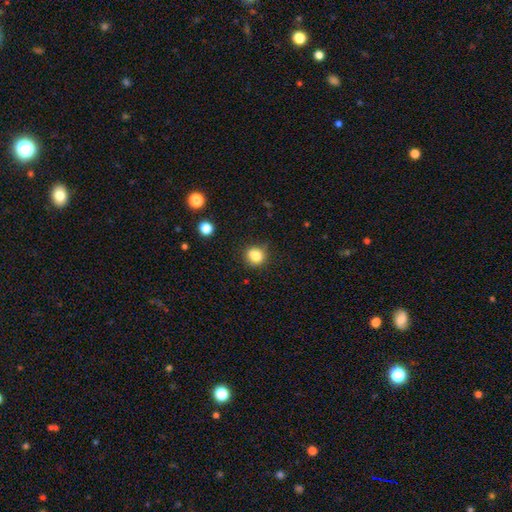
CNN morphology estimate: A smooth galaxy with no disk features (82%) that is round (79%).

Vote fractions:
- Smooth or featured? smooth: 82% / star or artifact: 11% / featured or disk: 7%
- How rounded? round: 79% / in between: 20% / cigar-shaped: 1%
- Merging? none: 74% / minor disturbance: 18% / major disturbance: 4% / merger: 4%